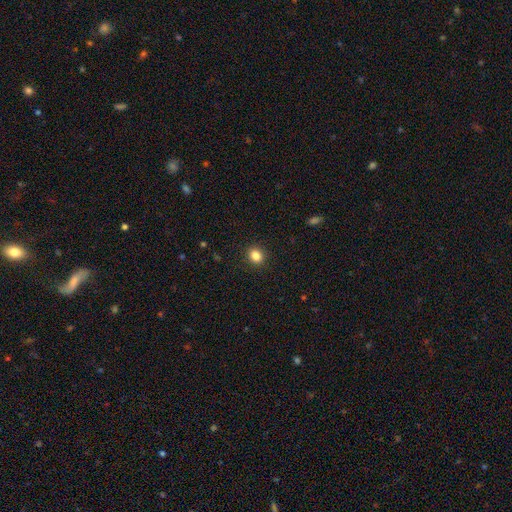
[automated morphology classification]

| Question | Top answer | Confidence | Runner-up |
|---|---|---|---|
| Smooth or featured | smooth | 85% | star or artifact (11%) |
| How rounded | round | 63% | in between (37%) |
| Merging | none | 91% | minor disturbance (6%) |